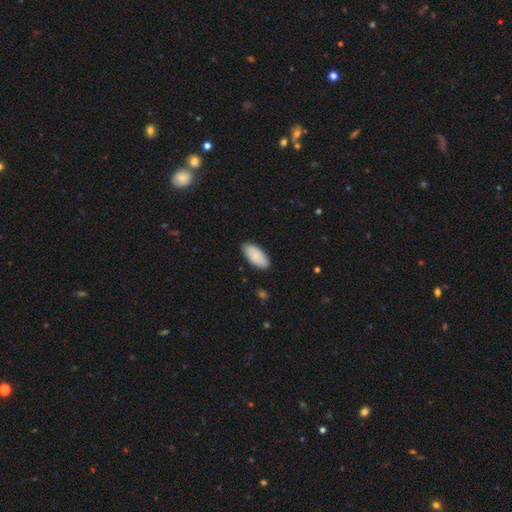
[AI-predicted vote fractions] smooth 83%, featured or disk 12%, star or artifact 6%. Down the decision tree: how rounded — in between (92%); merging — none (87%).